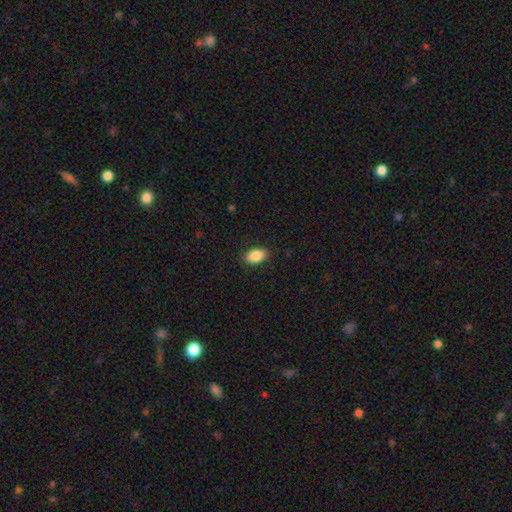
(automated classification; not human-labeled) This is clearly a smooth galaxy (87%). How rounded: clearly in between (92%). Merging: clearly none (88%).